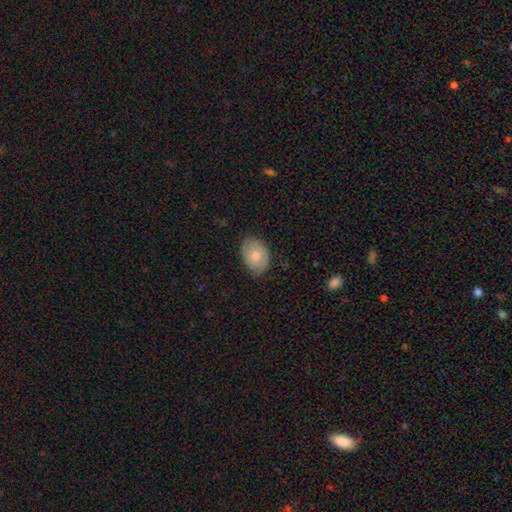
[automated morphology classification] A smooth galaxy with no disk features (71%) that is in between round and cigar-shaped (75%).

Vote fractions:
- Smooth or featured? smooth: 71% / featured or disk: 22% / star or artifact: 7%
- How rounded? in between: 75% / round: 24% / cigar-shaped: 1%
- Merging? none: 77% / minor disturbance: 19% / major disturbance: 3% / merger: 1%